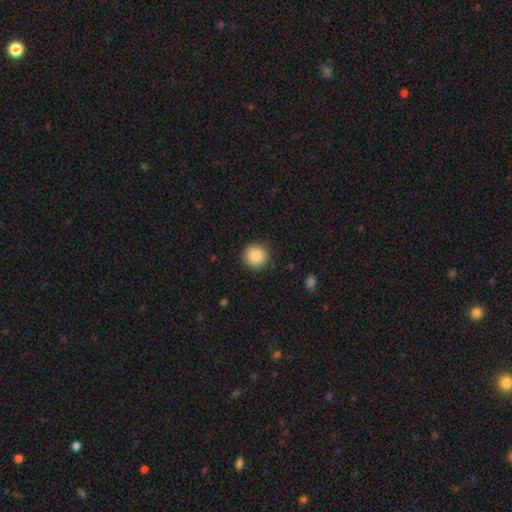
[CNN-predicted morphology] The model was most divided on "smooth or featured": smooth: 88%, star or artifact: 8%, featured or disk: 3%. More confident: how rounded — round (94%); merging — none (88%).